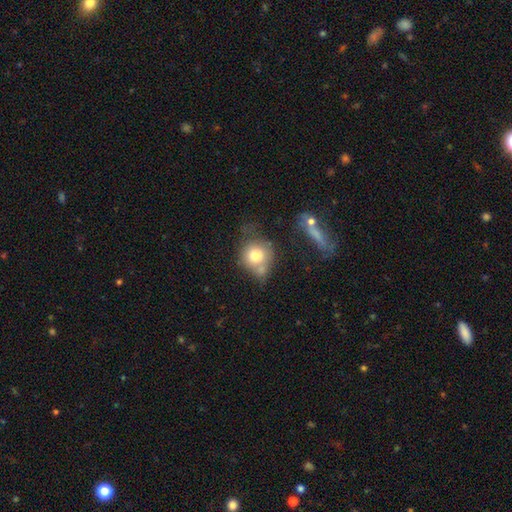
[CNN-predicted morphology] smooth 75%, featured or disk 16%, star or artifact 9%. Down the decision tree: how rounded — round (81%); merging — none (41%).